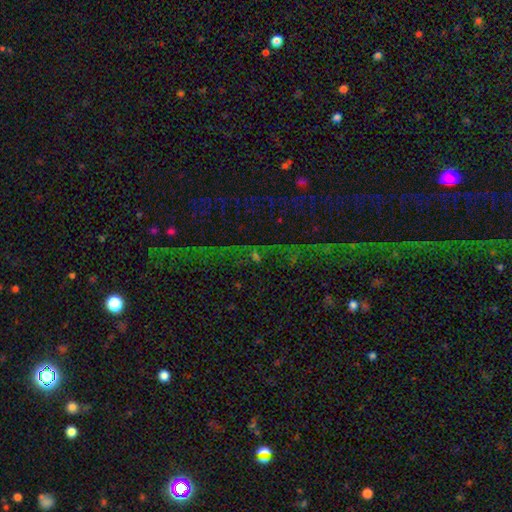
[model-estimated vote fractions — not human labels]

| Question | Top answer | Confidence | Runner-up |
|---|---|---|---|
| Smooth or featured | star or artifact | 70% | smooth (16%) |